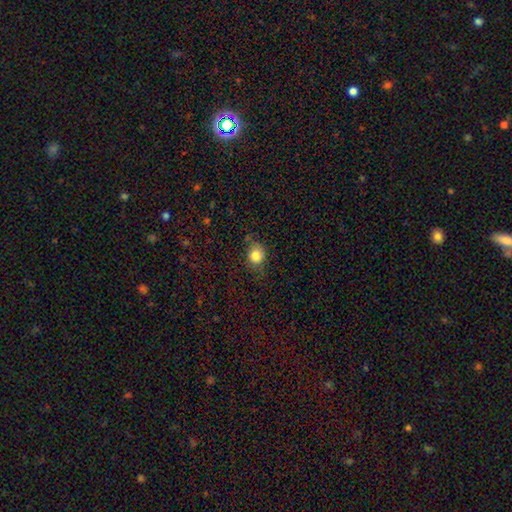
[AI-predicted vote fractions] This appears to be a smooth galaxy with no disk features (83%) that is round (70%). Merging: none (71%).